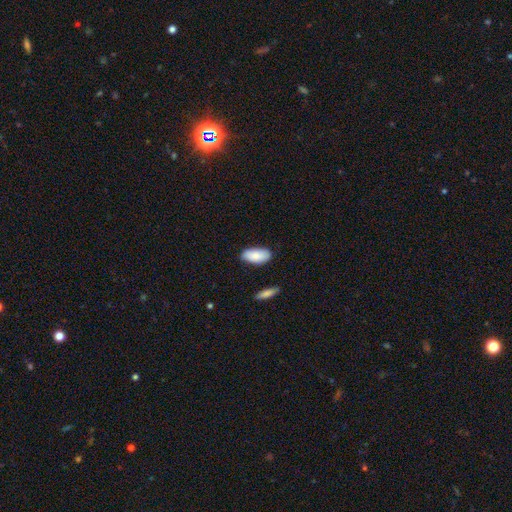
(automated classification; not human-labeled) Smooth or featured?
  - smooth: 84% *
  - featured or disk: 10%
  - star or artifact: 6%
How rounded?
  - in between: 93% *
  - cigar-shaped: 5%
  - round: 2%
Merging?
  - none: 80% *
  - minor disturbance: 15%
  - major disturbance: 2%
  - merger: 2%